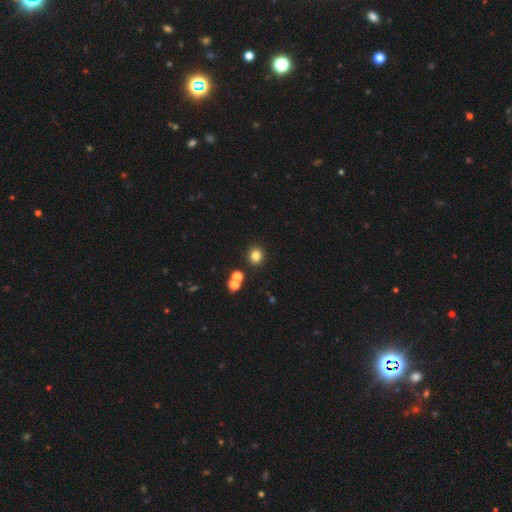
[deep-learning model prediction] smooth_or_featured: smooth (p=0.80) [alt: star or artifact p=0.14]
how_rounded: round (p=0.77) [alt: in between p=0.22]
merging: none (p=0.85) [alt: minor disturbance p=0.07]